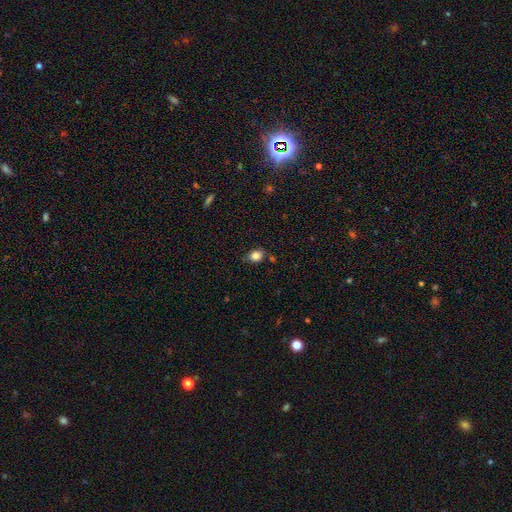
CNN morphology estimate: The model was most divided on "how rounded": in between: 53%, round: 46%, cigar-shaped: 1%. More confident: smooth or featured — smooth (84%); merging — none (79%).